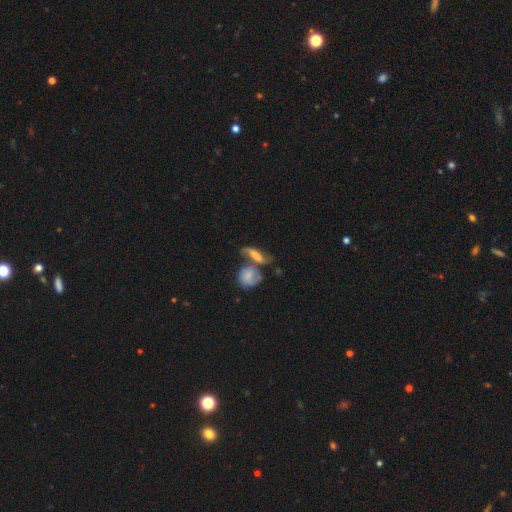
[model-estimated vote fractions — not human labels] Overall: featured or disk (47%; smooth 43%). Merging: merger (50%; none 27%).